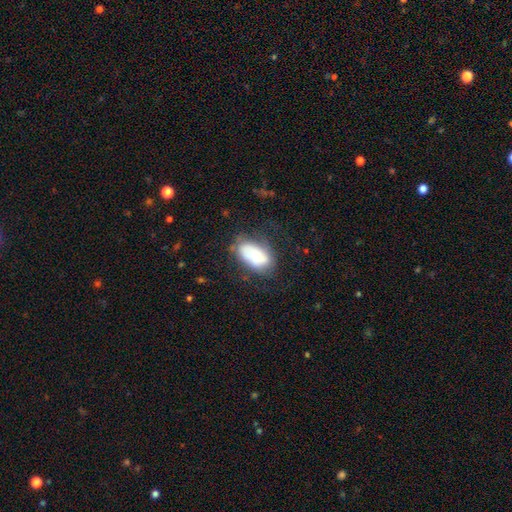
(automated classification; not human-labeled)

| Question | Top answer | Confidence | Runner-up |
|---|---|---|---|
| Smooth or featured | smooth | 63% | featured or disk (29%) |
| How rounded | in between | 92% | round (6%) |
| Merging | none | 57% | minor disturbance (27%) |